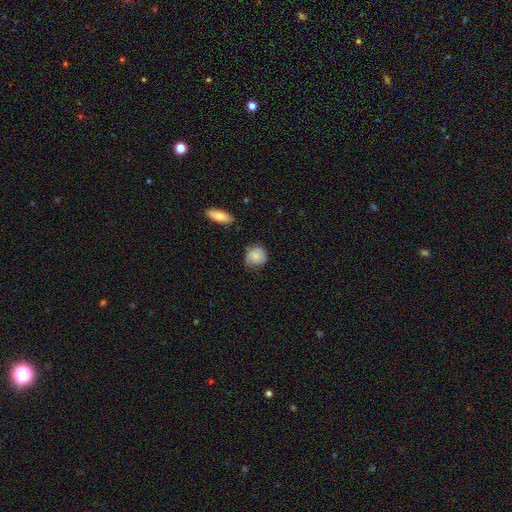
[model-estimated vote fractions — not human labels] smooth_or_featured: smooth (p=0.73) [alt: featured or disk p=0.20]
how_rounded: round (p=0.78) [alt: in between p=0.21]
merging: none (p=0.64) [alt: minor disturbance p=0.28]